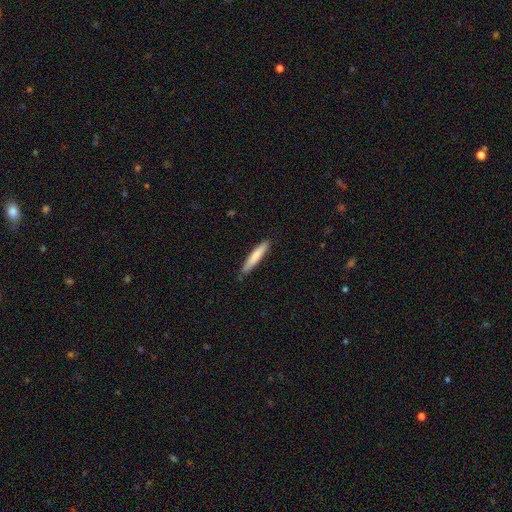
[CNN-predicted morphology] smooth_or_featured: smooth (p=0.79) [alt: featured or disk p=0.16]
how_rounded: cigar-shaped (p=0.92) [alt: in between p=0.07]
merging: none (p=0.82) [alt: minor disturbance p=0.15]